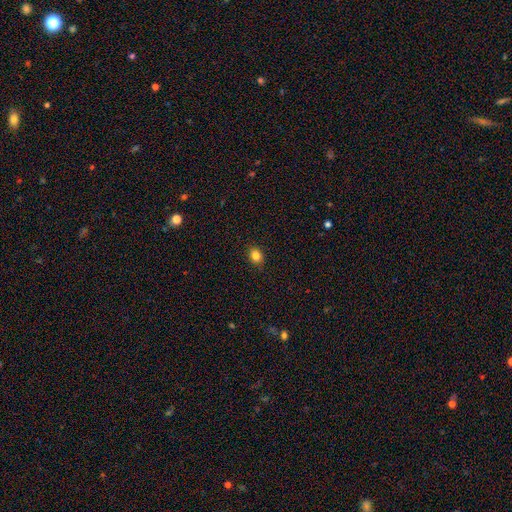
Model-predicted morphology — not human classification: Smooth or featured?
  - smooth: 84% *
  - star or artifact: 11%
  - featured or disk: 5%
How rounded?
  - round: 51% *
  - in between: 48%
  - cigar-shaped: 1%
Merging?
  - none: 89% *
  - minor disturbance: 8%
  - major disturbance: 2%
  - merger: 1%